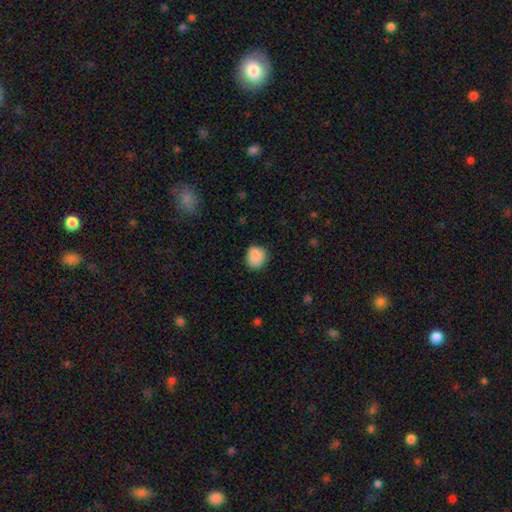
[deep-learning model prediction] smooth 87%, star or artifact 9%, featured or disk 4%. Down the decision tree: how rounded — round (79%); merging — none (77%).